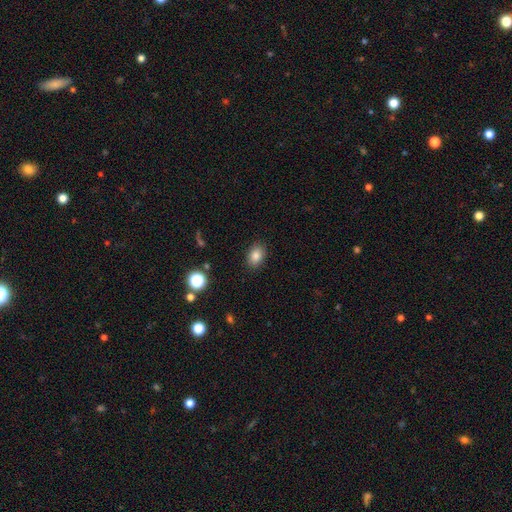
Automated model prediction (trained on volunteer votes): Overall: smooth (84%). How rounded: in between (77%). Merging: none (87%).